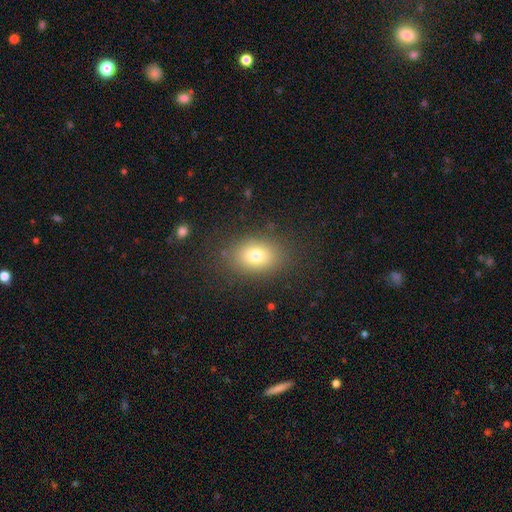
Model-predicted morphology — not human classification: type=smooth (75%); roundness=in between (71%); merging=none (82%).